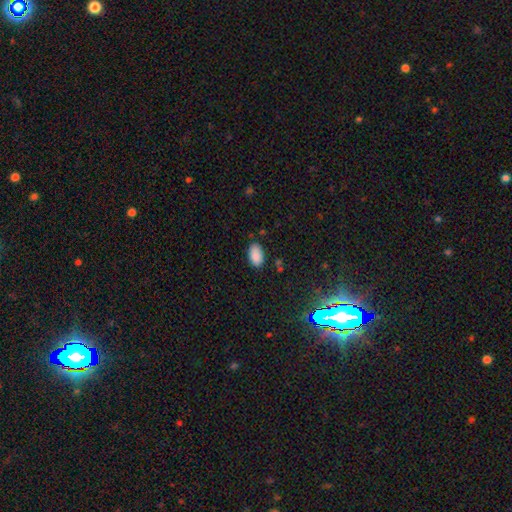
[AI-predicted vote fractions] Smooth or featured?
  - smooth: 88% *
  - star or artifact: 9%
  - featured or disk: 4%
How rounded?
  - in between: 94% *
  - round: 4%
  - cigar-shaped: 2%
Merging?
  - none: 84% *
  - minor disturbance: 12%
  - major disturbance: 3%
  - merger: 2%